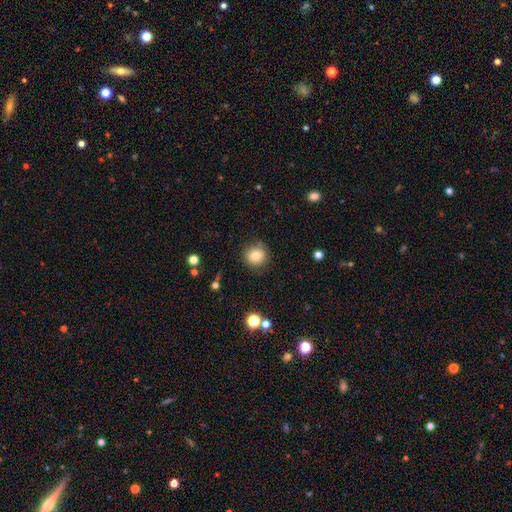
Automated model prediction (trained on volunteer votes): smooth 79%, star or artifact 11%, featured or disk 10%. Down the decision tree: how rounded — round (91%); merging — none (86%).